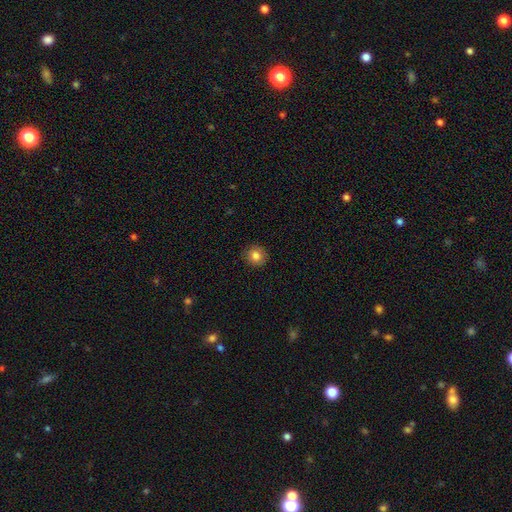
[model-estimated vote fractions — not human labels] Morphology: type=smooth (84%); roundness=round (90%); merging=none (89%).